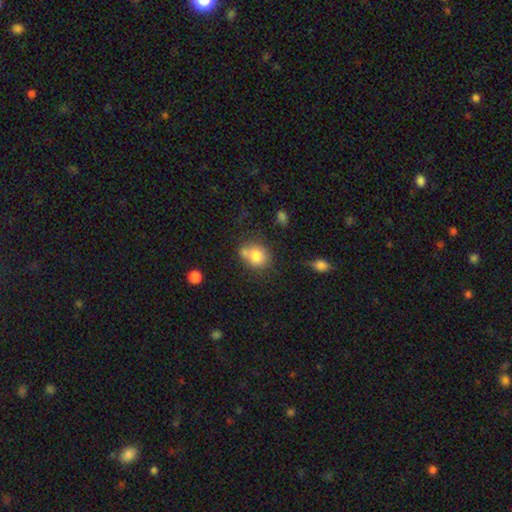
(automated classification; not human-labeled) A smooth galaxy with no disk features (79%) that is round (69%).

Vote fractions:
- Smooth or featured? smooth: 79% / featured or disk: 11% / star or artifact: 10%
- How rounded? round: 69% / in between: 30% / cigar-shaped: 1%
- Merging? none: 52% / merger: 26% / minor disturbance: 17% / major disturbance: 5%